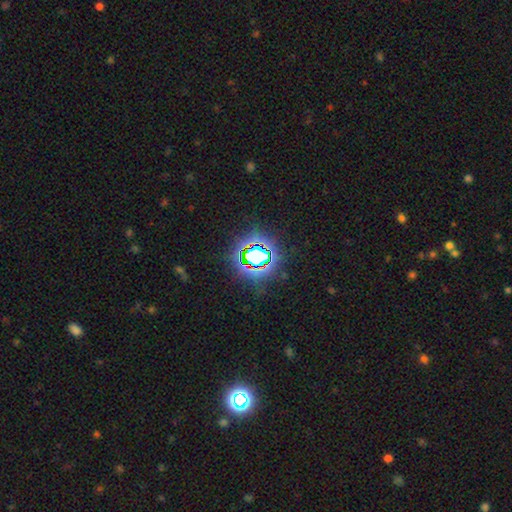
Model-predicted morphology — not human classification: A star or artifact, not a galaxy (71%).

Vote fractions:
- Smooth or featured? star or artifact: 71% / smooth: 19% / featured or disk: 11%